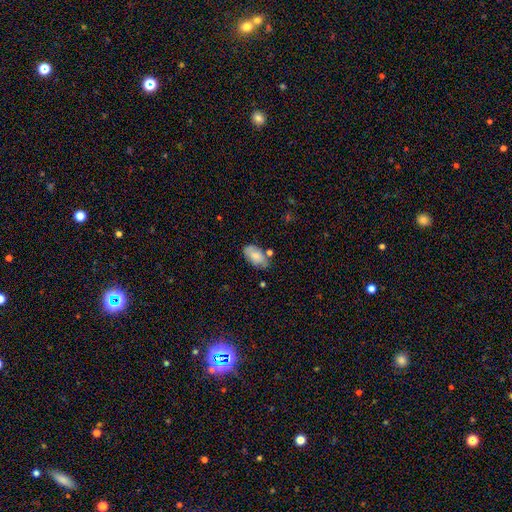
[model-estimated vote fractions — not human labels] This appears to be a smooth galaxy with no disk features (68%) that is in between round and cigar-shaped (93%). Merging: none (61%).